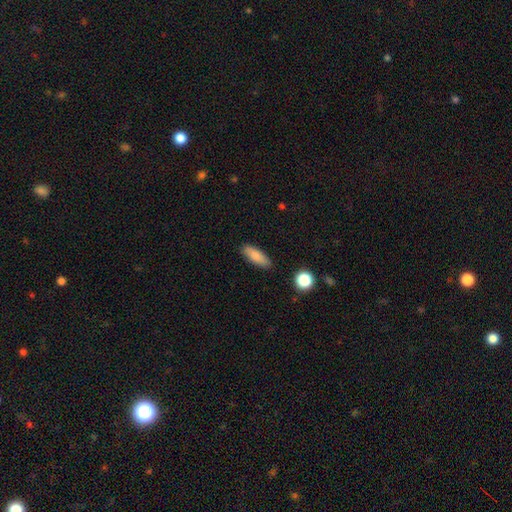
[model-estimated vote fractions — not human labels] smooth-or-featured: smooth: 84% | featured or disk: 9% | star or artifact: 7%
  how-rounded: in between: 61% | cigar-shaped: 36% | round: 3%
  merging: none: 88% | minor disturbance: 9% | major disturbance: 2% | merger: 2%